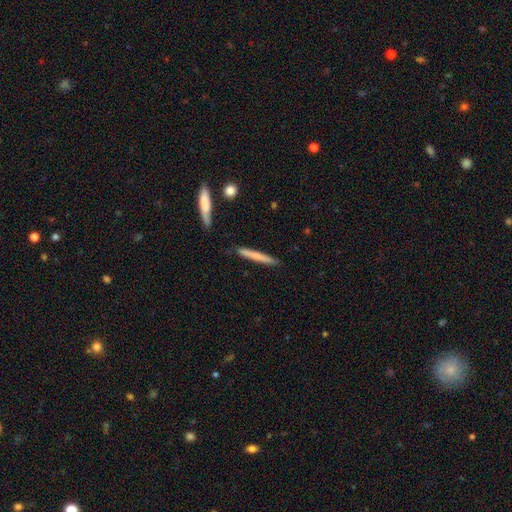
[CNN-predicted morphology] This appears to be a smooth galaxy with no disk features (64%) that is cigar-shaped (96%). Merging: none (86%).